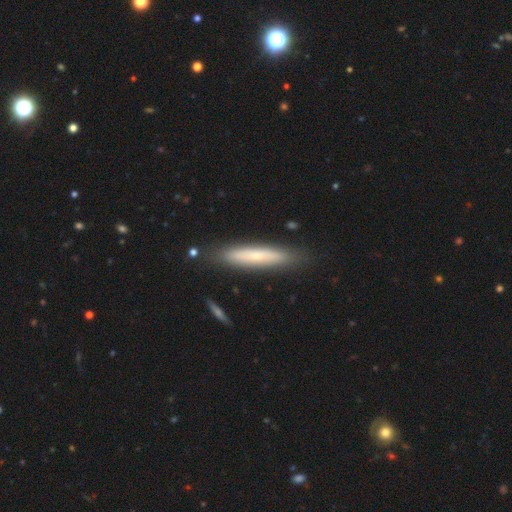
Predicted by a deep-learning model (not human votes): The model was most divided on "smooth or featured": smooth: 54%, featured or disk: 40%, star or artifact: 6%. More confident: how rounded — cigar-shaped (90%); merging — none (86%).